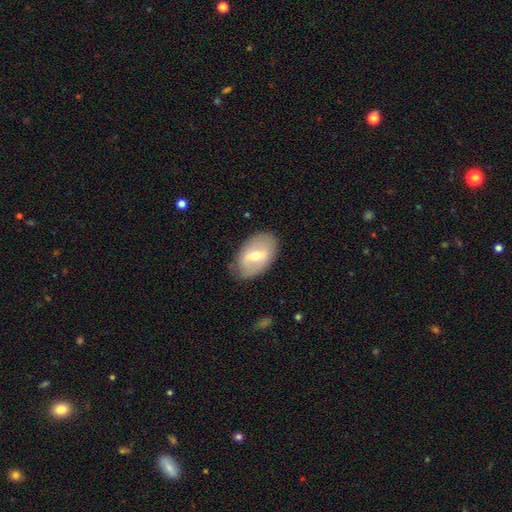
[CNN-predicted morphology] This appears to be a featured or disk galaxy (47%). Merging: none (79%).